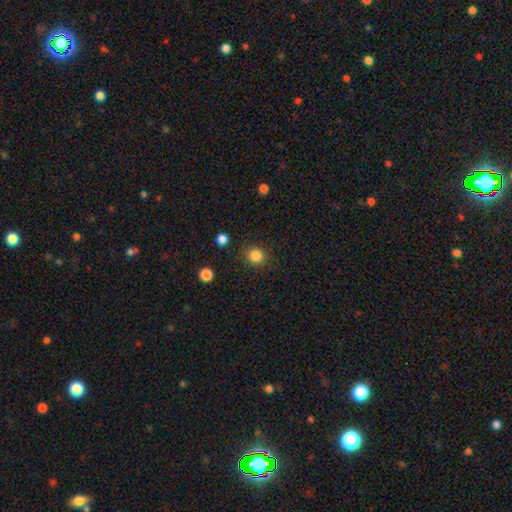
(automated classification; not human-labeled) Morphology: type=smooth (85%); roundness=round (90%); merging=none (89%).